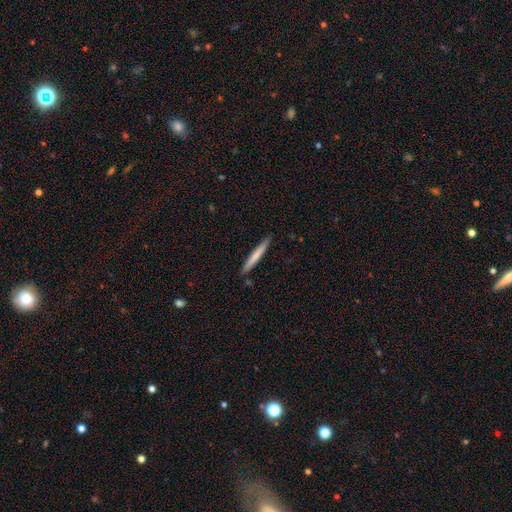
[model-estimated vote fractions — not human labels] Smooth or featured? Predicted: smooth (p=0.70). How rounded? Predicted: cigar-shaped (p=0.96). Merging? Predicted: none (p=0.89).